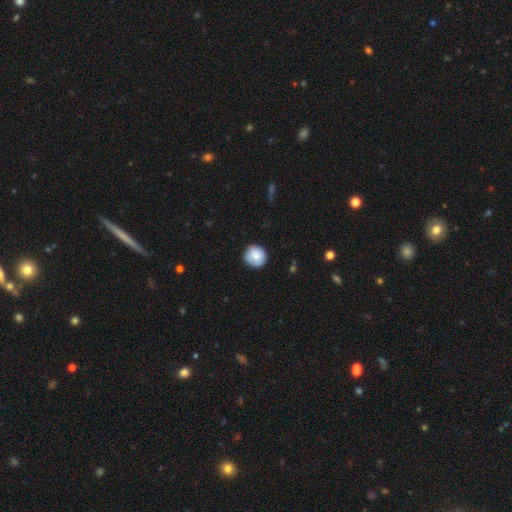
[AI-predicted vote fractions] A smooth galaxy with no disk features (80%) that is round (92%).

Vote fractions:
- Smooth or featured? smooth: 80% / featured or disk: 13% / star or artifact: 7%
- How rounded? round: 92% / in between: 7% / cigar-shaped: 1%
- Merging? none: 81% / minor disturbance: 15% / major disturbance: 3% / merger: 1%